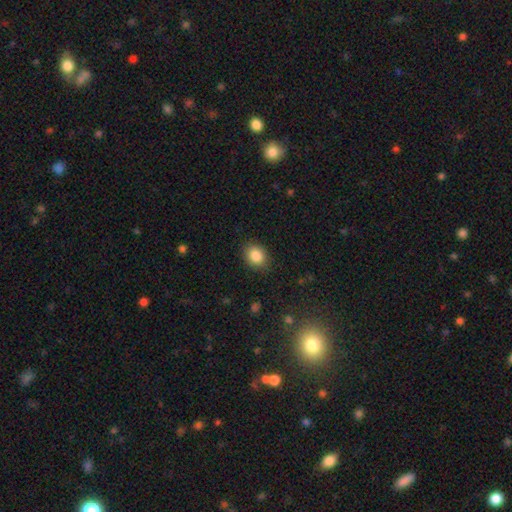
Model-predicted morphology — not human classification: smooth-or-featured: smooth: 86% | star or artifact: 9% | featured or disk: 5%
  how-rounded: in between: 57% | round: 42% | cigar-shaped: 1%
  merging: none: 85% | minor disturbance: 11% | major disturbance: 3% | merger: 1%